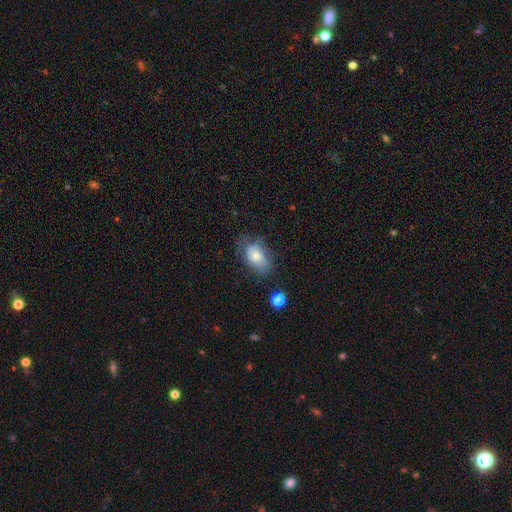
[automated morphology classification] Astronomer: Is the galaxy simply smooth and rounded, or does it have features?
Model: smooth — 75%.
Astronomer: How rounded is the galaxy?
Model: in between — 87%.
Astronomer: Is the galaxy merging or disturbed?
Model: none — 53% (runner-up: minor disturbance, 29%).